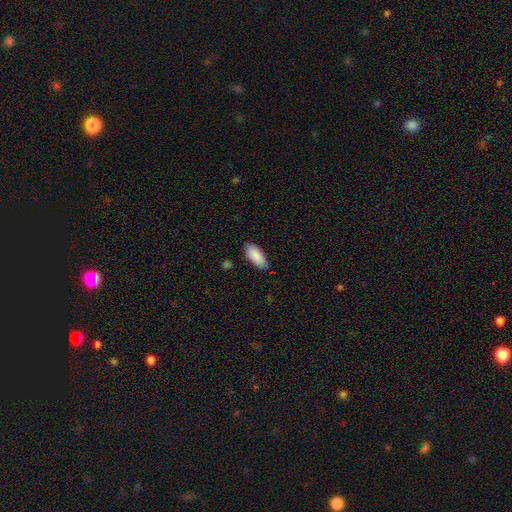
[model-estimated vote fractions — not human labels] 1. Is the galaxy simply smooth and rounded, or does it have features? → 90% smooth, 6% star or artifact, 4% featured or disk.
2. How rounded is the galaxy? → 85% in between, 13% cigar-shaped, 2% round.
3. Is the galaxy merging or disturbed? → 83% none, 13% minor disturbance, 2% major disturbance, 1% merger.